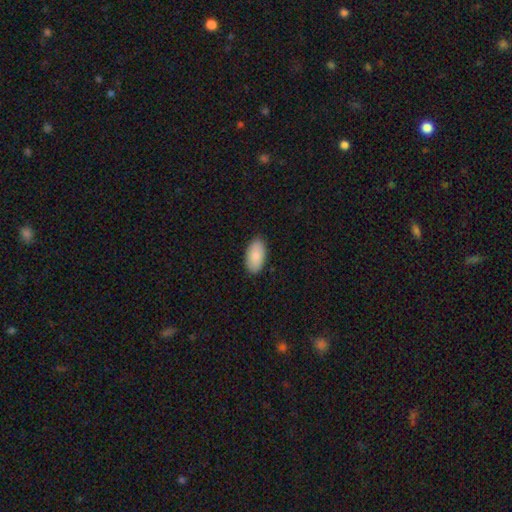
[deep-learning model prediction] A smooth galaxy with no disk features (87%) that is in between round and cigar-shaped (95%).

Vote fractions:
- Smooth or featured? smooth: 87% / featured or disk: 7% / star or artifact: 6%
- How rounded? in between: 95% / round: 3% / cigar-shaped: 2%
- Merging? none: 88% / minor disturbance: 9% / major disturbance: 2% / merger: 1%